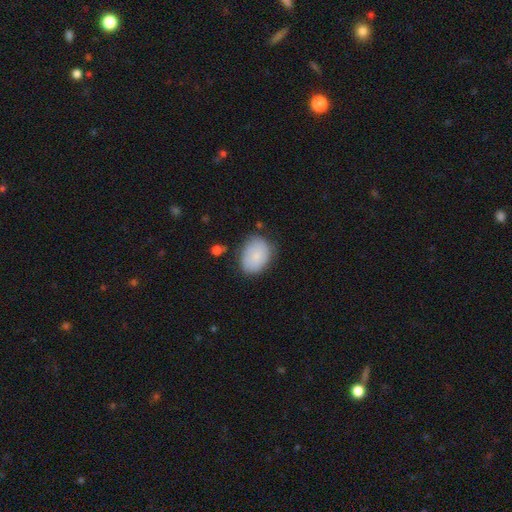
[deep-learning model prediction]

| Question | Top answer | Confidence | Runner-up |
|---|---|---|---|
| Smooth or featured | smooth | 82% | featured or disk (11%) |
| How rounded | in between | 74% | round (25%) |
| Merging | none | 69% | minor disturbance (23%) |